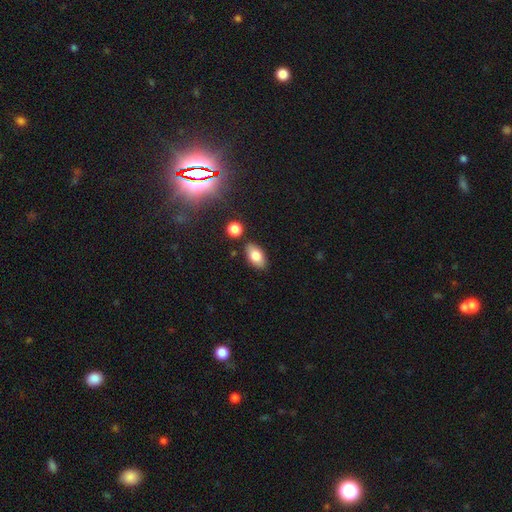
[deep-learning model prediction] Smooth or featured: smooth — 80% (featured or disk — 12%)
How rounded: in between — 92% (round — 5%)
Merging: none — 82% (minor disturbance — 11%)